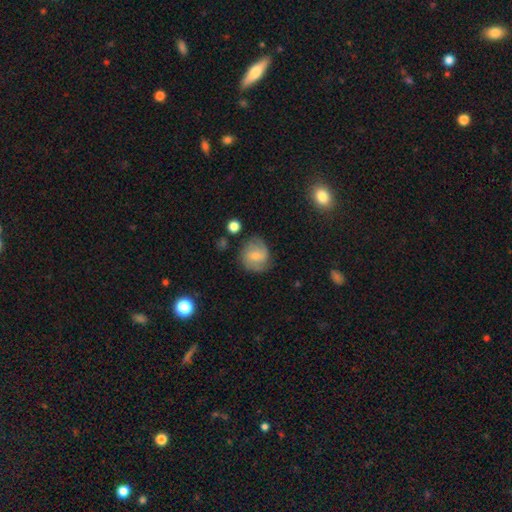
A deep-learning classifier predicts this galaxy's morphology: Overall: smooth (49%; featured or disk 43%). Merging: none (69%).